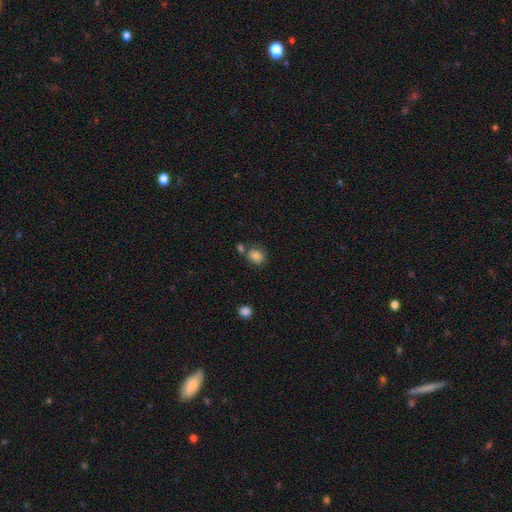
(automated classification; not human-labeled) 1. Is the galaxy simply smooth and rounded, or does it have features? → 84% smooth, 10% star or artifact, 6% featured or disk.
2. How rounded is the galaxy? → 55% round, 44% in between, 1% cigar-shaped.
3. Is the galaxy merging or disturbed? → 63% none, 19% merger, 14% minor disturbance, 4% major disturbance.